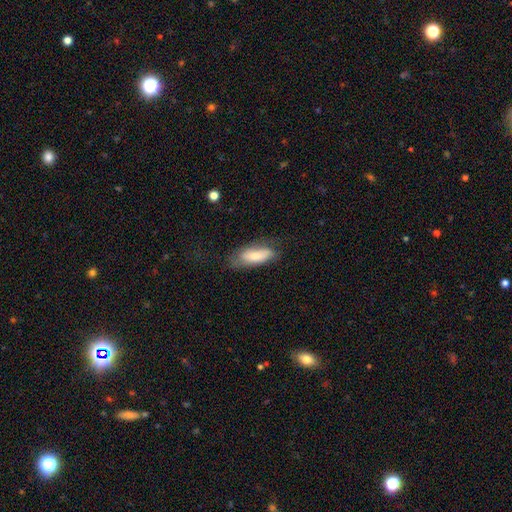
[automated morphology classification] Smooth or featured: smooth — 72% (featured or disk — 21%)
How rounded: in between — 73% (cigar-shaped — 24%)
Merging: none — 63% (minor disturbance — 25%)